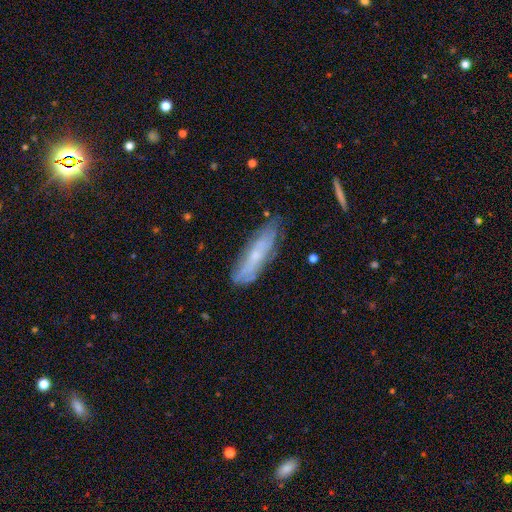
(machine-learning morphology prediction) Smooth or featured? featured or disk (50%)
Edge-on disk? no (58%)
Merging? none (71%)